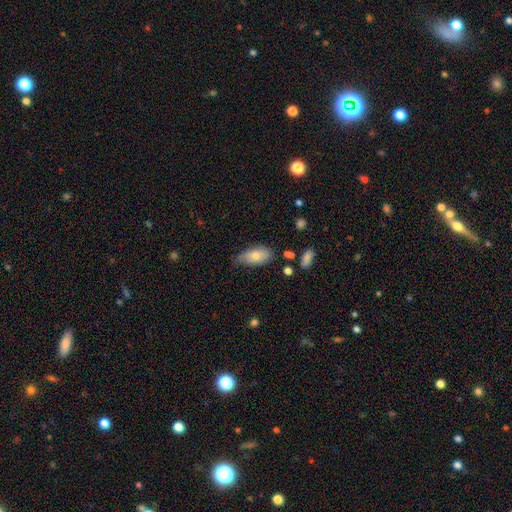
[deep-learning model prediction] This is likely a smooth galaxy (76%). How rounded: clearly in between (91%). Merging: possibly none (56%).